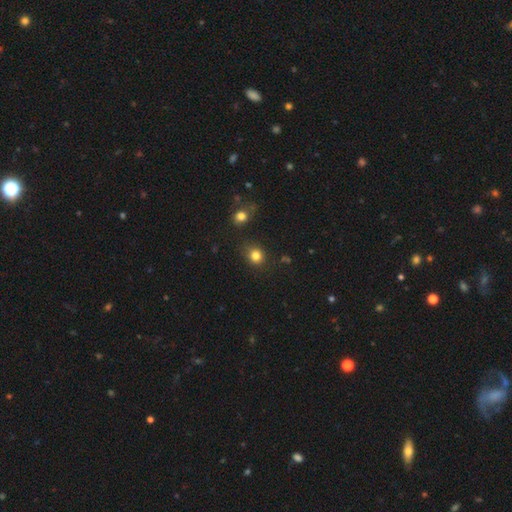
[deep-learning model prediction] The model was most divided on "how rounded": round: 82%, in between: 17%, cigar-shaped: 1%. More confident: smooth or featured — smooth (82%); merging — none (80%).